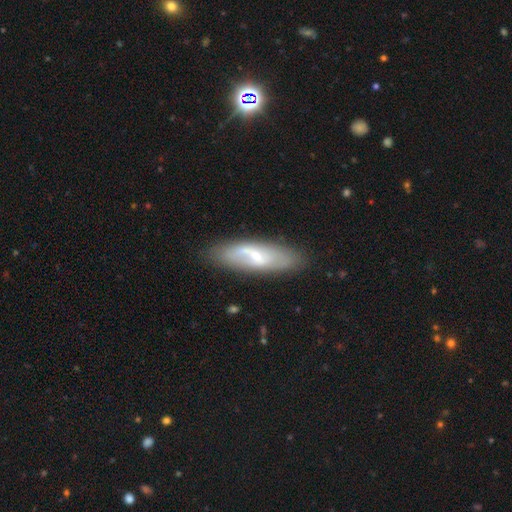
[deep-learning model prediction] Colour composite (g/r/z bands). It shows a featured or disk galaxy (59%). Merging: none (78%).